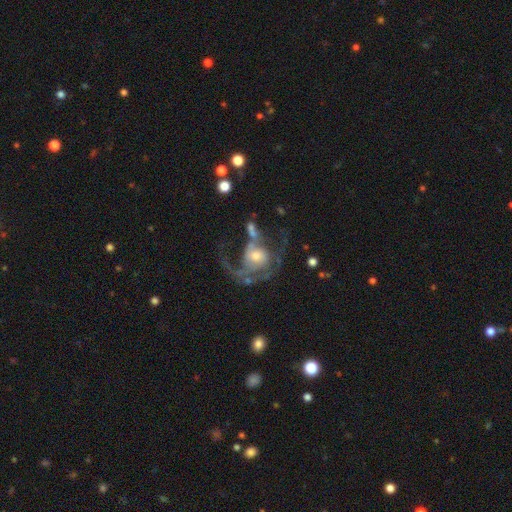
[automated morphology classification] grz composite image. It shows a featured or disk galaxy (76%) with no bar (70%), 2 (40%) loose (45%) spiral arms (83%) and a moderate central bulge (56%). Merging: major disturbance (42%).